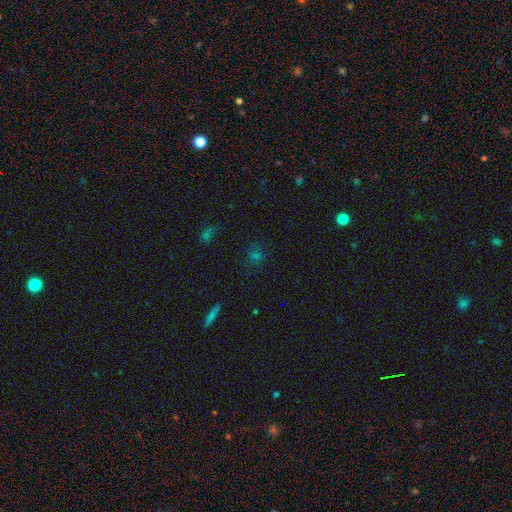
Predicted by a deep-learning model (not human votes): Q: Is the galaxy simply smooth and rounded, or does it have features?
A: smooth — 53%.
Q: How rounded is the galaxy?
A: round — 77%.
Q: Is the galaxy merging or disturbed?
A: none — 82%.